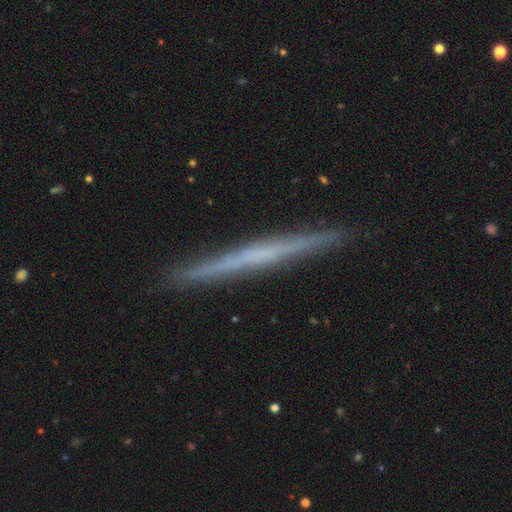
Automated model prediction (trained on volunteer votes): A featured or disk galaxy (62%) viewed edge-on (98%) with no central bulge (87%).

Vote fractions:
- Smooth or featured? featured or disk: 62% / smooth: 32% / star or artifact: 6%
- Edge-on disk? yes: 98% / no: 2%
- Edge-on bulge? none: 87% / rounded: 9% / boxy: 4%
- Merging? none: 92% / minor disturbance: 6% / major disturbance: 1% / merger: 1%